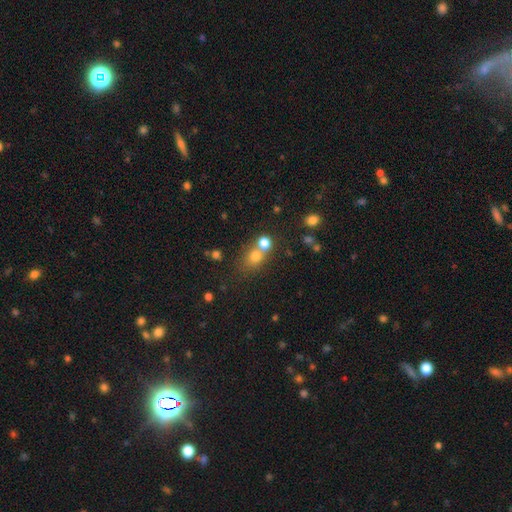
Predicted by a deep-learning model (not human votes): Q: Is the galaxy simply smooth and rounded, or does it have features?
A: smooth — 72%.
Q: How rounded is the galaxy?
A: round — 68%.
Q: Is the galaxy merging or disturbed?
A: none — 49%.